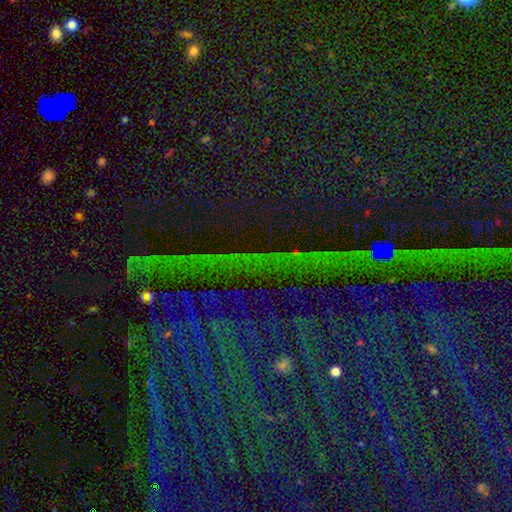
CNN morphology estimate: This is clearly a star or artifact rather than a galaxy (85%).